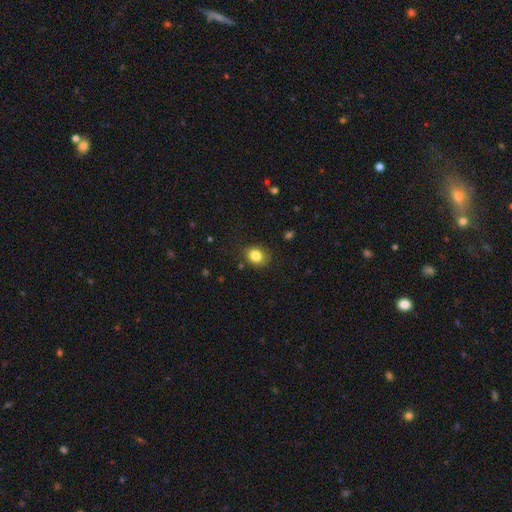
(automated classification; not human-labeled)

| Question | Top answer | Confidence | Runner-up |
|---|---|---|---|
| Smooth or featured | smooth | 84% | star or artifact (10%) |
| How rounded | round | 53% | in between (46%) |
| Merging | none | 81% | minor disturbance (14%) |